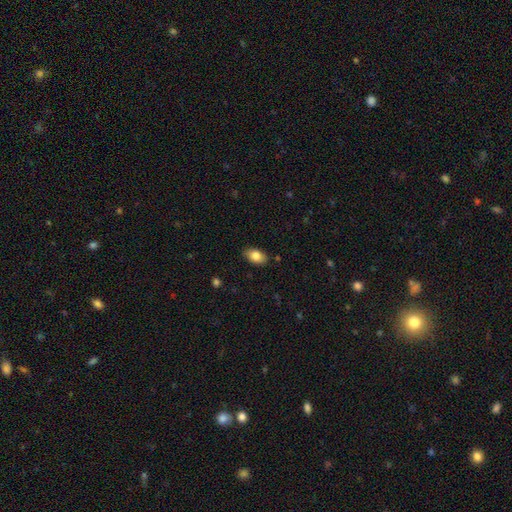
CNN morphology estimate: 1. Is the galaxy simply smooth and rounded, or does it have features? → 82% smooth, 10% featured or disk, 7% star or artifact.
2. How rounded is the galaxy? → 90% in between, 8% round, 2% cigar-shaped.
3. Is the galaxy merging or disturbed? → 85% none, 11% minor disturbance, 2% major disturbance, 1% merger.